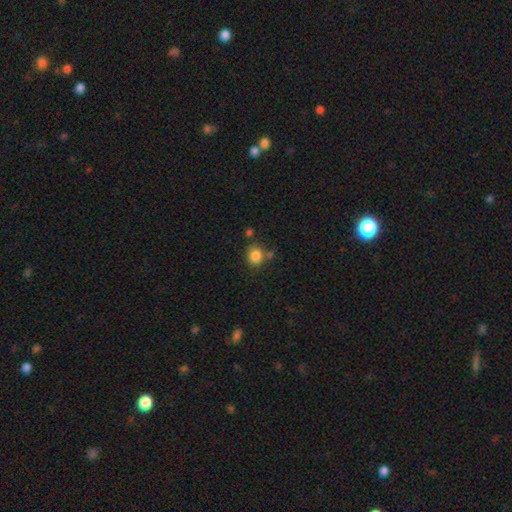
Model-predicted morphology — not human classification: smooth-or-featured: smooth: 84% | star or artifact: 10% | featured or disk: 5%
  how-rounded: round: 71% | in between: 28% | cigar-shaped: 1%
  merging: none: 72% | minor disturbance: 13% | merger: 11% | major disturbance: 4%